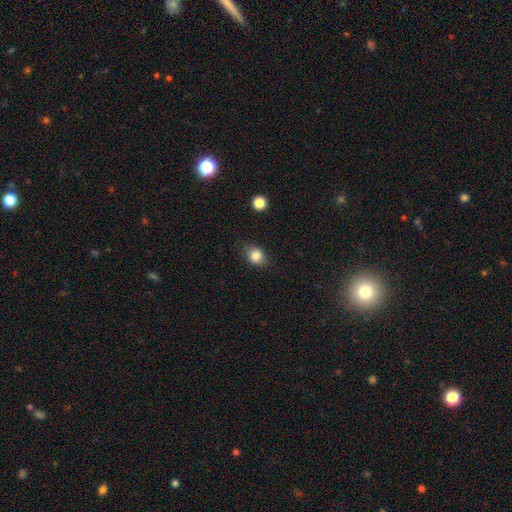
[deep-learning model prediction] Morphology: type=smooth (83%); roundness=round (56%); merging=none (79%).